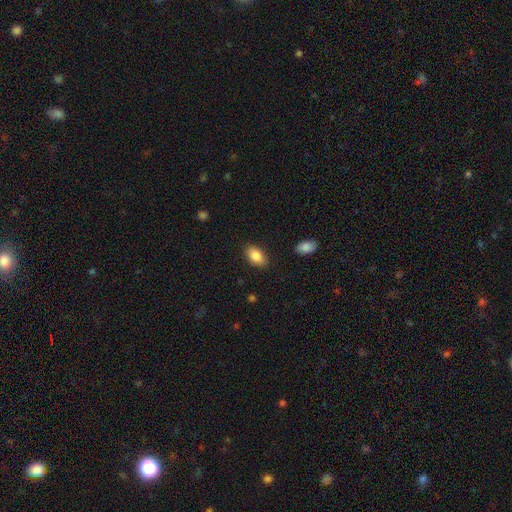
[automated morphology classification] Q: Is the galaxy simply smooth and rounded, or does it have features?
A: smooth — 87%.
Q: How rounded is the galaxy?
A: in between — 91%.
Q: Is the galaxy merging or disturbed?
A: none — 86%.